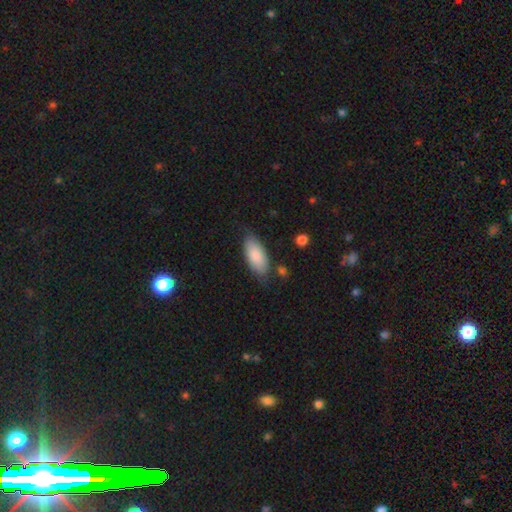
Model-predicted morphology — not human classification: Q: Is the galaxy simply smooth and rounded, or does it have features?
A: smooth — 86%.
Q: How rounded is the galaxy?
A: in between — 88%.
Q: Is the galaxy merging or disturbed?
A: none — 72%.